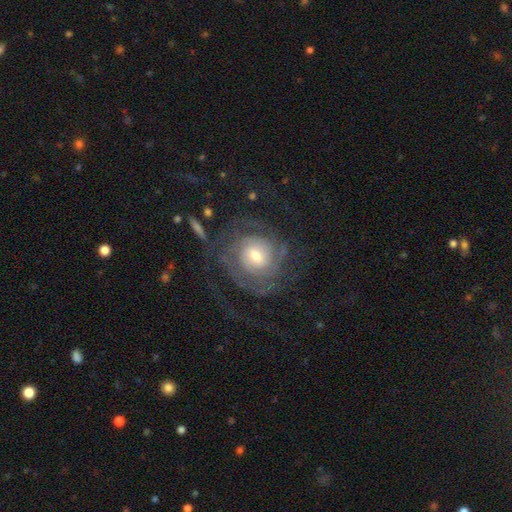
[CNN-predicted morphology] The model was most divided on "spiral arm count": can't tell: 36%, 2: 24%, 3: 15%, 4: 10%, 1: 8%, more than 4: 7%. More confident: edge-on disk — no (97%); spiral arms — yes (93%); smooth or featured — featured or disk (82%); merging — none (68%); spiral winding — tight (62%); bar — no (56%); bulge size — moderate (54%).